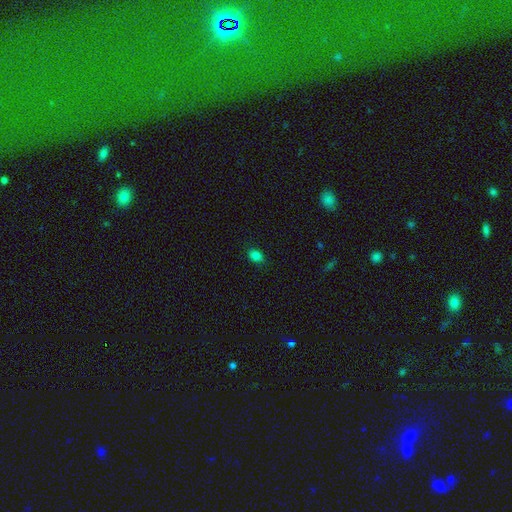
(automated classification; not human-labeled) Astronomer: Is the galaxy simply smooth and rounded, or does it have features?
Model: smooth — 82%.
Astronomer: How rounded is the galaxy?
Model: in between — 68%.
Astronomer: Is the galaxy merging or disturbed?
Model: none — 85%.